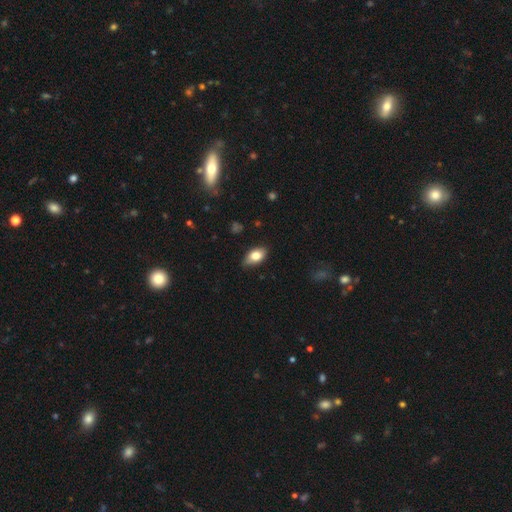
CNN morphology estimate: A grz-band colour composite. It shows a smooth galaxy with no disk features (77%) that is in between round and cigar-shaped (89%). Merging: none (78%).